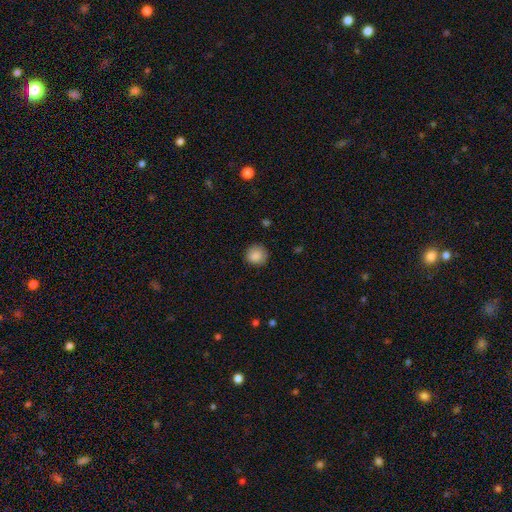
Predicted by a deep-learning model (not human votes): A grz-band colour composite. It shows a smooth galaxy with no disk features (87%) that is round (92%). Merging: none (86%).